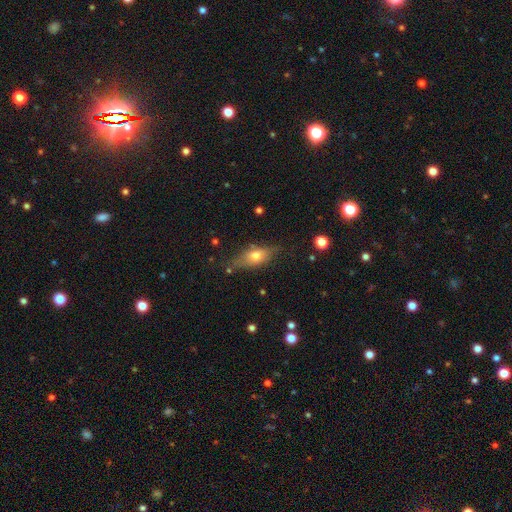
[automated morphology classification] Overall: smooth (56%; featured or disk 35%). How rounded: in between (69%). Merging: none (69%).